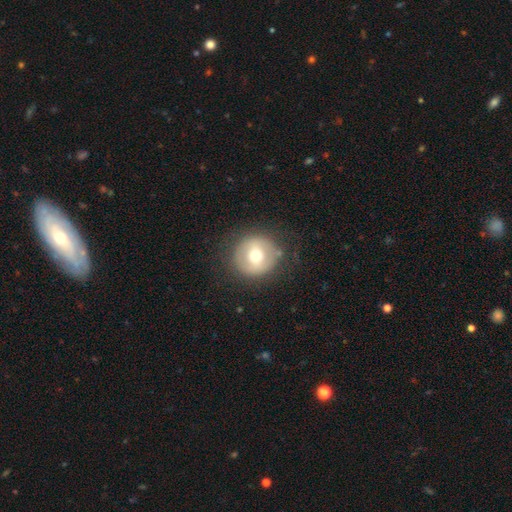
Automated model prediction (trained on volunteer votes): Smooth or featured? smooth (53%)
How rounded? round (92%)
Merging? none (80%)